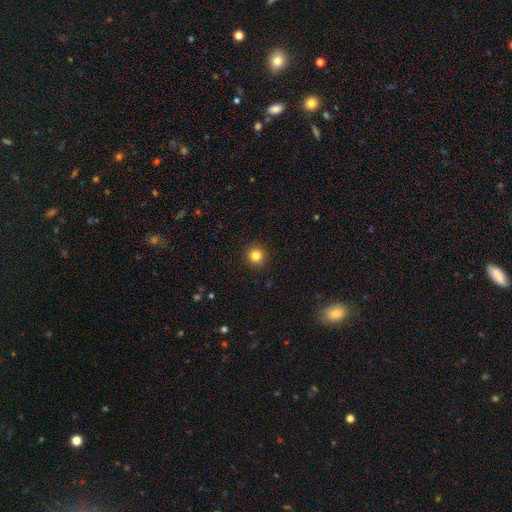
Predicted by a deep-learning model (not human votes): A smooth galaxy with no disk features (83%) that is round (94%).

Vote fractions:
- Smooth or featured? smooth: 83% / star or artifact: 12% / featured or disk: 5%
- How rounded? round: 94% / in between: 5% / cigar-shaped: 1%
- Merging? none: 92% / minor disturbance: 5% / major disturbance: 2% / merger: 1%